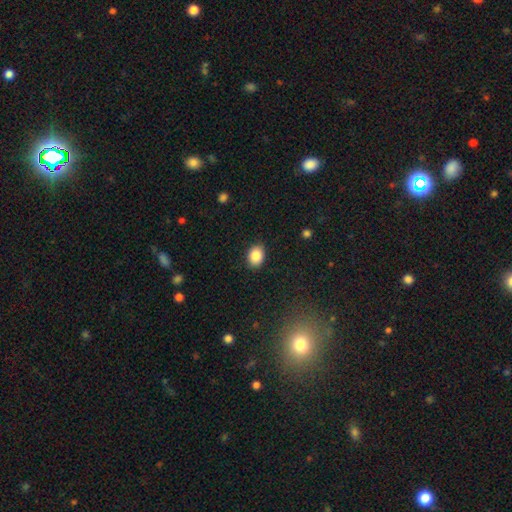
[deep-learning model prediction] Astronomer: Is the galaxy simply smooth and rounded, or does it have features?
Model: smooth — 87%.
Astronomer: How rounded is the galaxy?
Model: in between — 69%.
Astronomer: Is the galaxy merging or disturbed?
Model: none — 87%.